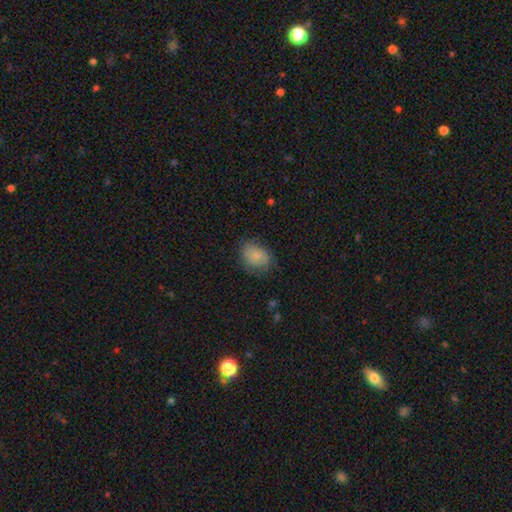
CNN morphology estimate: A smooth galaxy with no disk features (80%) that is in between round and cigar-shaped (70%).

Vote fractions:
- Smooth or featured? smooth: 80% / featured or disk: 12% / star or artifact: 8%
- How rounded? in between: 70% / round: 29% / cigar-shaped: 1%
- Merging? none: 72% / minor disturbance: 21% / major disturbance: 6% / merger: 1%